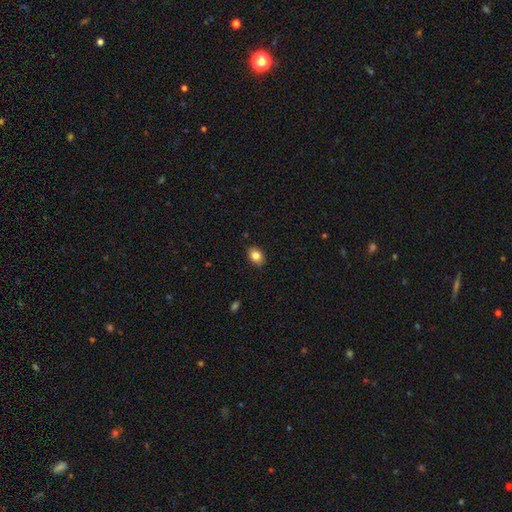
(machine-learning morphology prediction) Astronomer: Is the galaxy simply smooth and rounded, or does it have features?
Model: smooth — 83%.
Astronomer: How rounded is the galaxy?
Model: in between — 72%.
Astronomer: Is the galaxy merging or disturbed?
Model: none — 88%.